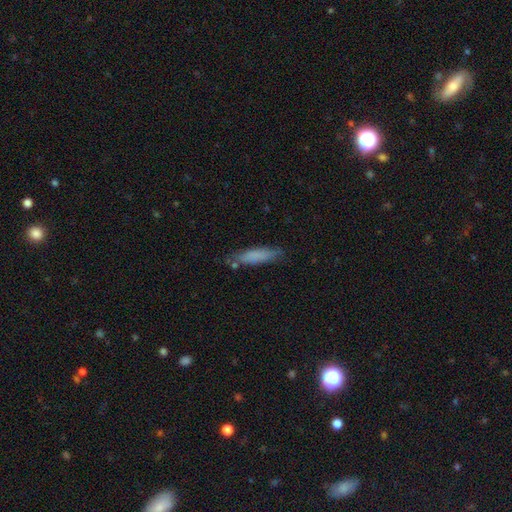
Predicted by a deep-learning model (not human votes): The model was most divided on "merging": none: 72%, minor disturbance: 19%, major disturbance: 4%, merger: 4%. More confident: how rounded — cigar-shaped (76%); smooth or featured — smooth (76%).